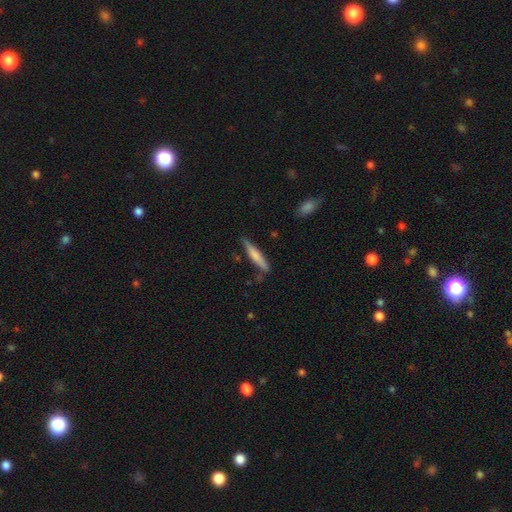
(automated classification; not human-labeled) This appears to be a smooth galaxy with no disk features (65%) that is cigar-shaped (91%). Merging: none (79%).